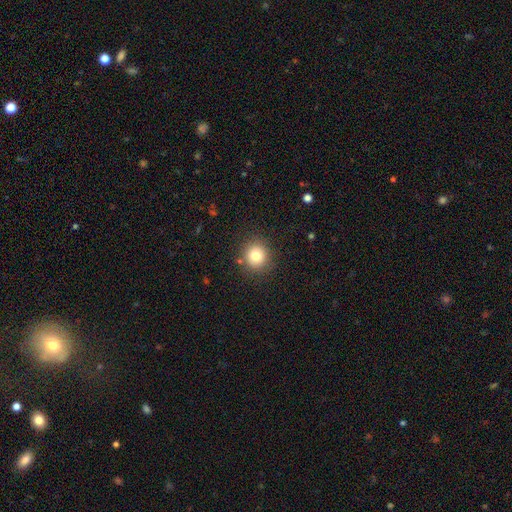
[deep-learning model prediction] Smooth or featured? Predicted: smooth (p=0.80). How rounded? Predicted: round (p=0.90). Merging? Predicted: none (p=0.87).